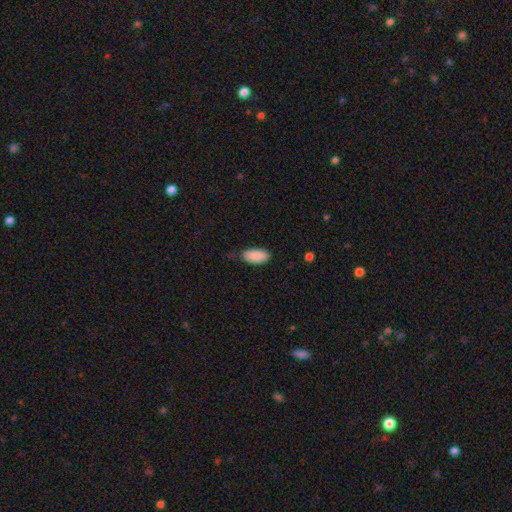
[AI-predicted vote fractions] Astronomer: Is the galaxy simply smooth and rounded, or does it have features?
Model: smooth — 89%.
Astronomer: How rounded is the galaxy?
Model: in between — 94%.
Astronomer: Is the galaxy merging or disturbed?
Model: none — 67%.